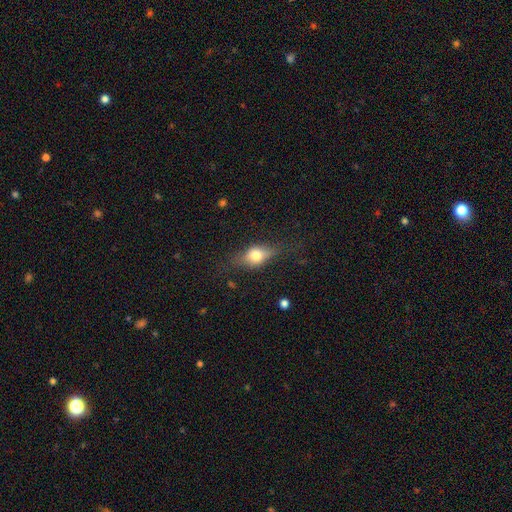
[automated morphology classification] Q: Smooth or featured?
A: smooth (58%); runner-up: featured or disk (33%)
Q: How rounded?
A: in between (68%); runner-up: round (20%)
Q: Merging?
A: none (69%); runner-up: minor disturbance (20%)